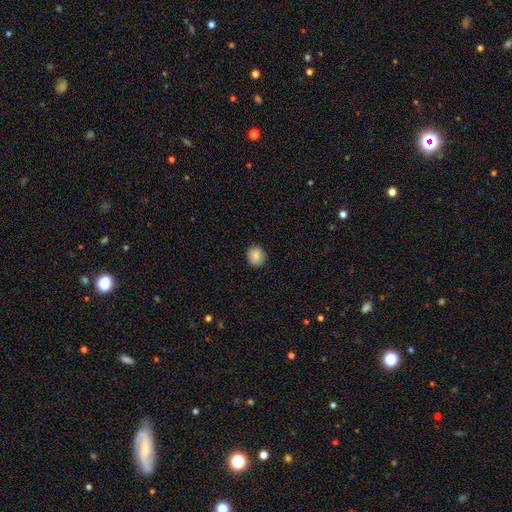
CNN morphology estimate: This is clearly a smooth galaxy (87%). How rounded: likely round (66%). Merging: clearly none (89%).